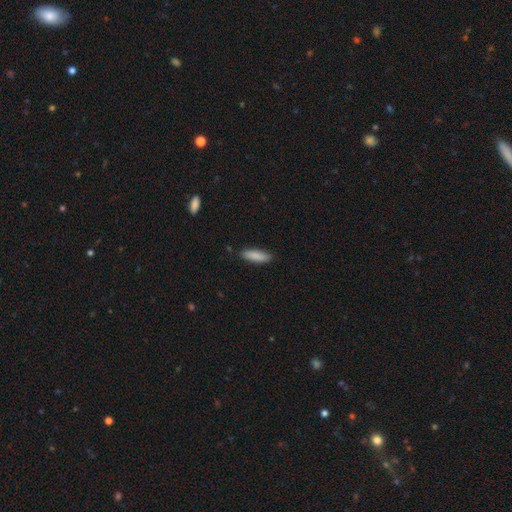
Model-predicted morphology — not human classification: smooth_or_featured: smooth (p=0.87) [alt: featured or disk p=0.07]
how_rounded: cigar-shaped (p=0.58) [alt: in between p=0.41]
merging: none (p=0.87) [alt: minor disturbance p=0.10]